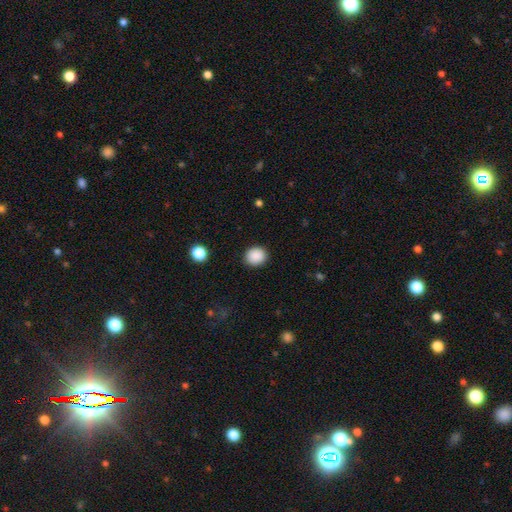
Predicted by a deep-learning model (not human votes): Smooth or featured: smooth — 89% (star or artifact — 9%)
How rounded: round — 78% (in between — 21%)
Merging: none — 90% (minor disturbance — 7%)